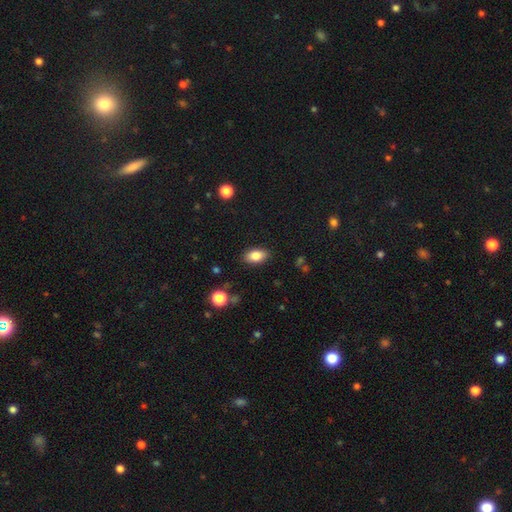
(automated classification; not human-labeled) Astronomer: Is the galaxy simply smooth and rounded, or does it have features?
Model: smooth — 84%.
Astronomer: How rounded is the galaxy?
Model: in between — 90%.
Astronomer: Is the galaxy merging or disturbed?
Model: none — 87%.